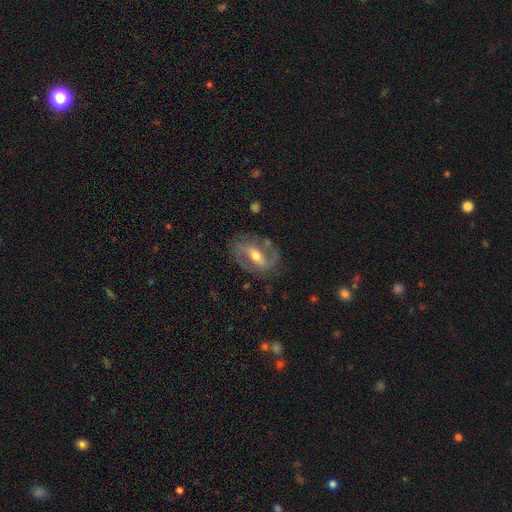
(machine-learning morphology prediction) type=featured or disk (86%); edge-on=no (94%); bar=strong (56%); spiral arms=yes (91%); winding=medium (50%); arm count=2 (88%); bulge=moderate (63%); merging=none (78%).